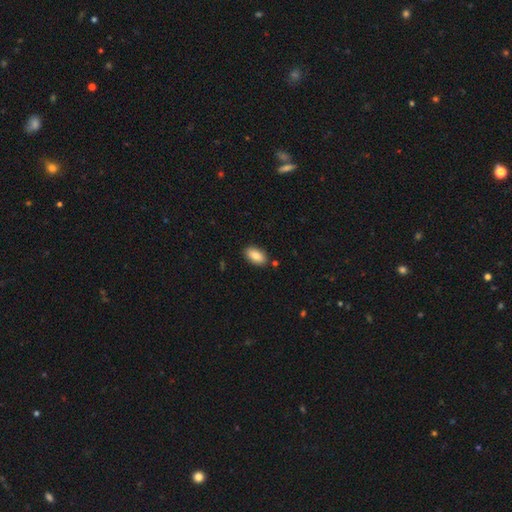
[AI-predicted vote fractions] This appears to be a smooth galaxy with no disk features (85%) that is in between round and cigar-shaped (93%). Merging: none (86%).